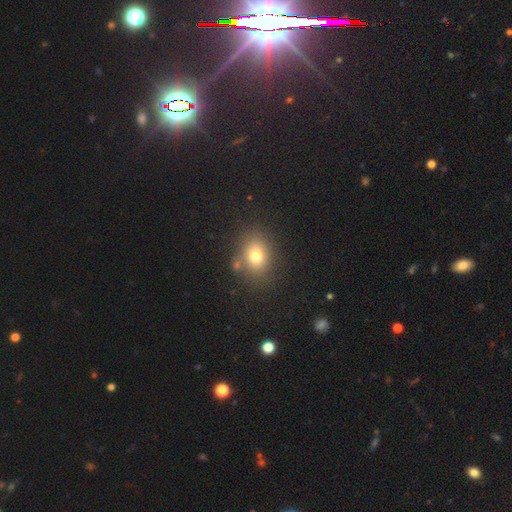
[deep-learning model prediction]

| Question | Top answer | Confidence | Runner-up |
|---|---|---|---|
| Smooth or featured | smooth | 74% | star or artifact (15%) |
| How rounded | in between | 54% | round (45%) |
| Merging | none | 76% | minor disturbance (12%) |